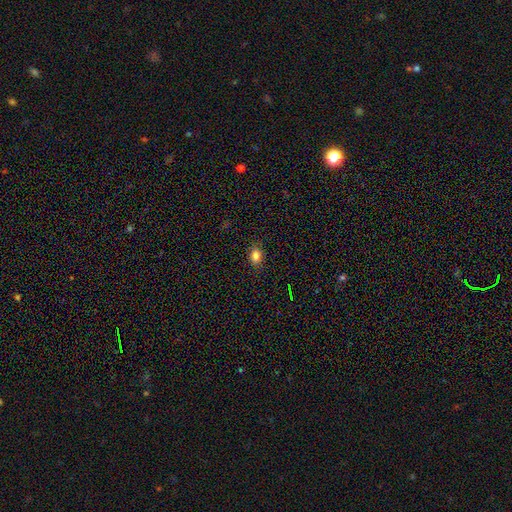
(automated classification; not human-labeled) A smooth galaxy with no disk features (82%) that is in between round and cigar-shaped (69%).

Vote fractions:
- Smooth or featured? smooth: 82% / star or artifact: 12% / featured or disk: 6%
- How rounded? in between: 69% / round: 30% / cigar-shaped: 1%
- Merging? none: 86% / minor disturbance: 11% / major disturbance: 3% / merger: 1%